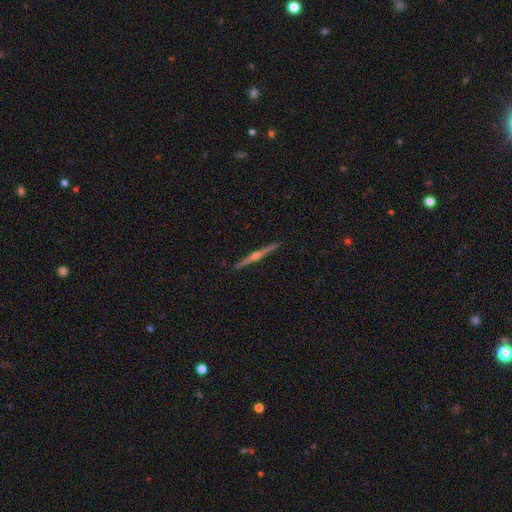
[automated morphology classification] This appears to be a featured or disk galaxy (83%) viewed edge-on (99%) with a rounded central bulge (91%). Merging: none (92%).